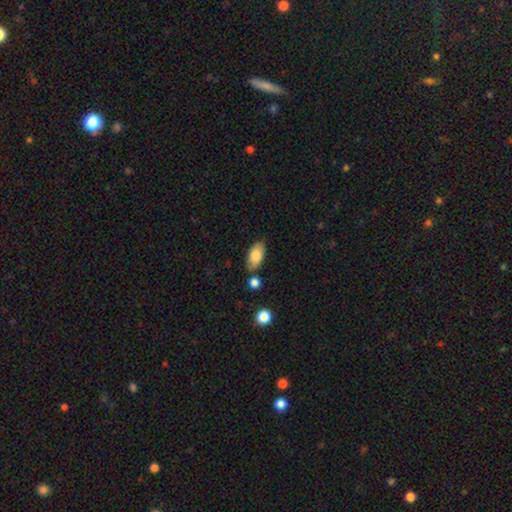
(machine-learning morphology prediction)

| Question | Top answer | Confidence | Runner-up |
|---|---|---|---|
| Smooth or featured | smooth | 83% | featured or disk (10%) |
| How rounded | in between | 92% | cigar-shaped (4%) |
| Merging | none | 75% | minor disturbance (16%) |